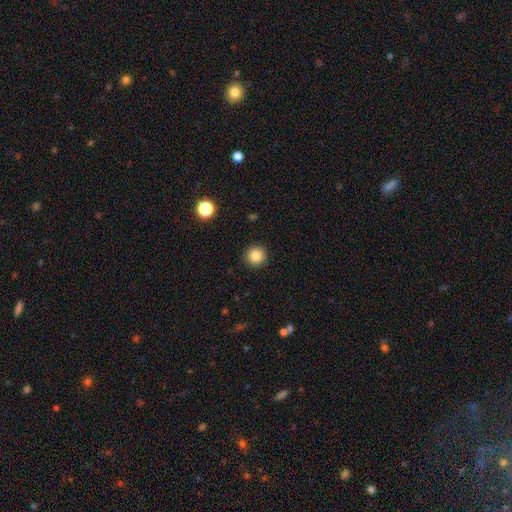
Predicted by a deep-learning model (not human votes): Overall: smooth (83%). How rounded: round (95%). Merging: none (92%).